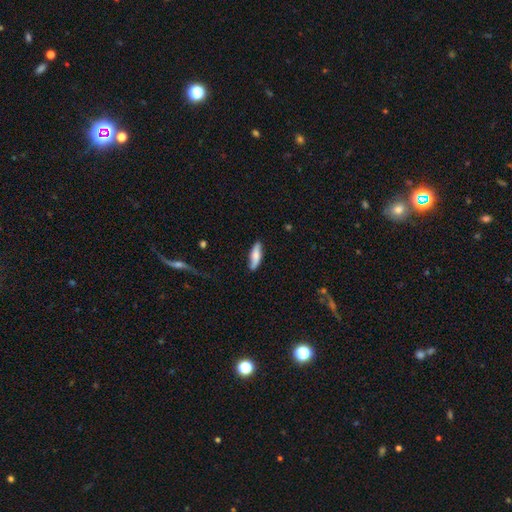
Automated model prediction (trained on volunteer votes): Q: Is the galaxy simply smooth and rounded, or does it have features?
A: smooth — 65%.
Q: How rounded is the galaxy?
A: cigar-shaped — 55%.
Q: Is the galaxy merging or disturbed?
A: none — 79%.